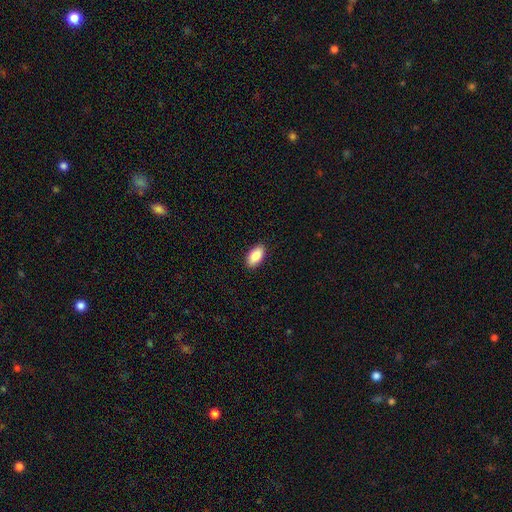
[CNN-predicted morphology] The model was most divided on "smooth or featured": smooth: 89%, star or artifact: 6%, featured or disk: 5%. More confident: how rounded — in between (94%); merging — none (90%).